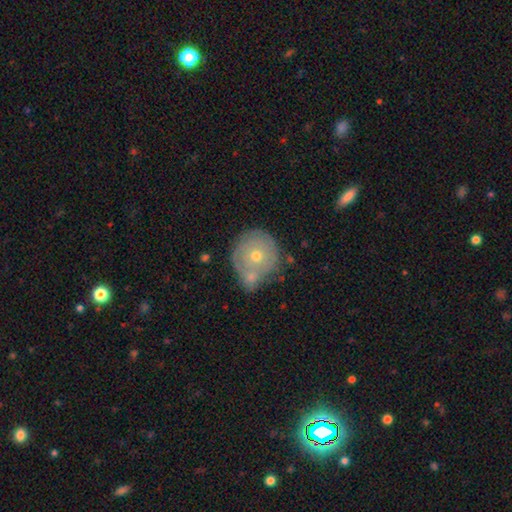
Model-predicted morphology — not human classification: Smooth or featured: featured or disk — 50% (smooth — 42%)
Edge-on disk: no — 96% (yes — 4%)
Merging: none — 50% (merger — 29%)